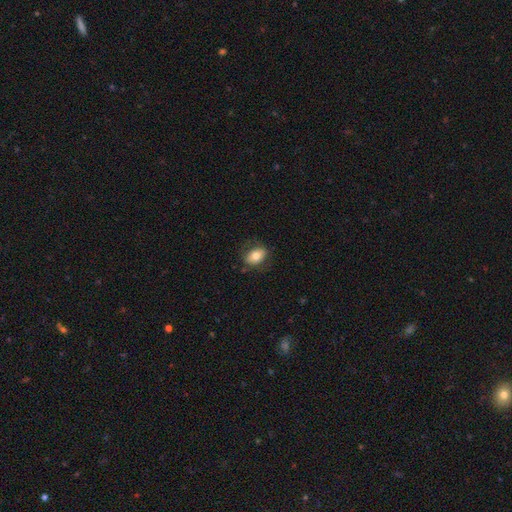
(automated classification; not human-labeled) Smooth or featured? Predicted: smooth (p=0.72). How rounded? Predicted: in between (p=0.76). Merging? Predicted: none (p=0.75).